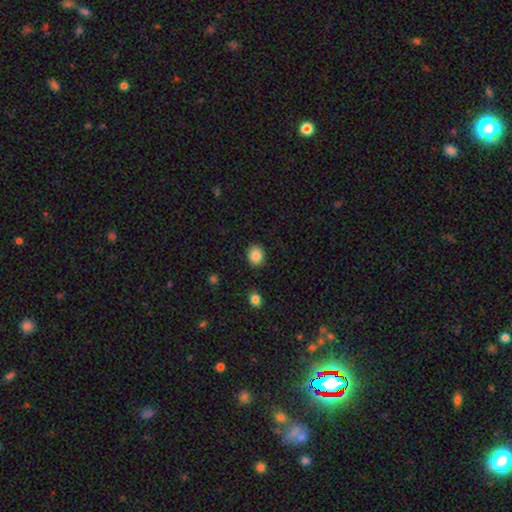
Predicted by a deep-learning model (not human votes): Smooth or featured: smooth — 86% (star or artifact — 9%)
How rounded: round — 67% (in between — 32%)
Merging: none — 88% (minor disturbance — 8%)